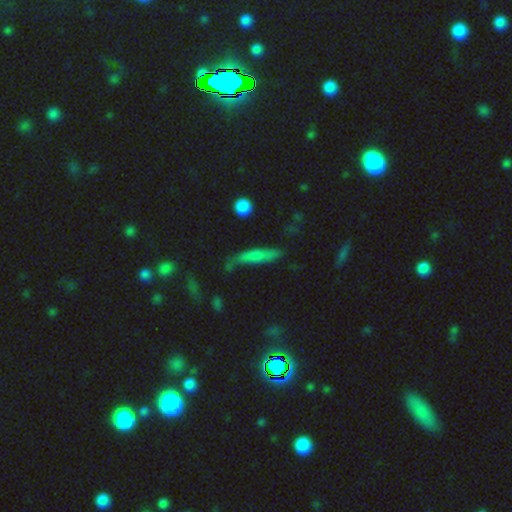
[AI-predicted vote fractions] The model was most divided on "merging": none: 58%, minor disturbance: 27%, major disturbance: 10%, merger: 5%. More confident: how rounded — cigar-shaped (81%); smooth or featured — smooth (64%).